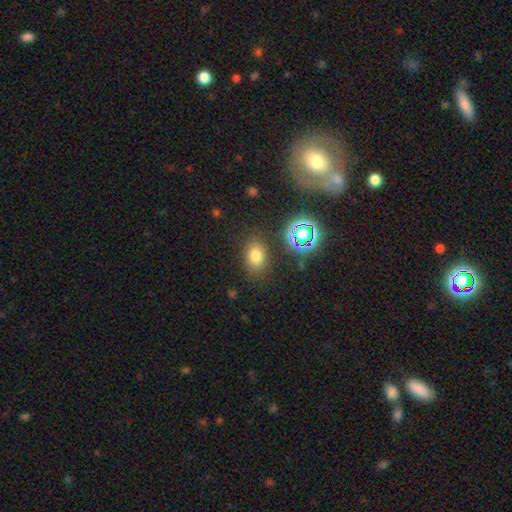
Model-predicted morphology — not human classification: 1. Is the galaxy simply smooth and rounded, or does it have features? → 74% smooth, 17% star or artifact, 9% featured or disk.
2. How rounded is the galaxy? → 70% in between, 29% round, 1% cigar-shaped.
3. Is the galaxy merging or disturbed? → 83% none, 11% minor disturbance, 4% major disturbance, 3% merger.